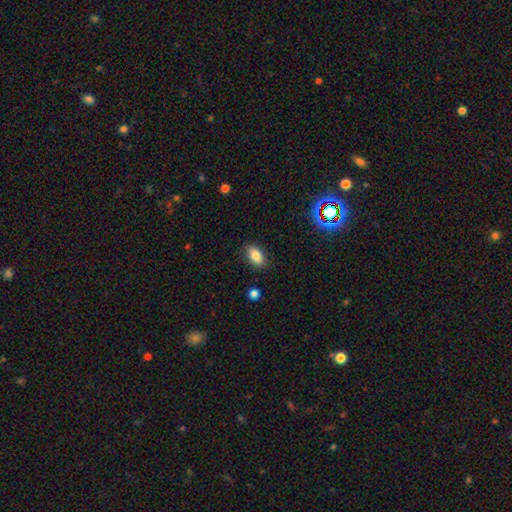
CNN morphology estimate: Smooth or featured? smooth (83%)
How rounded? in between (90%)
Merging? none (86%)